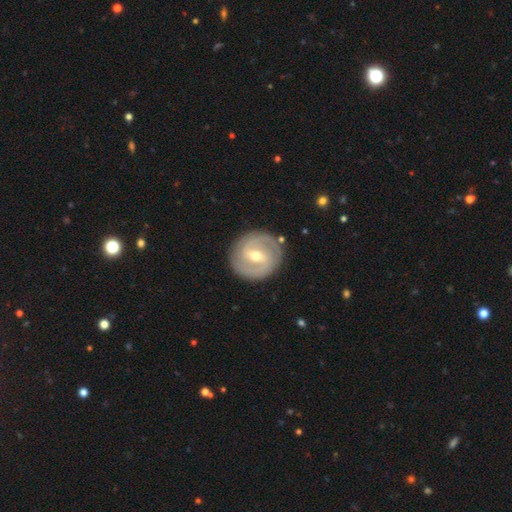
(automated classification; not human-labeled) smooth-or-featured: featured or disk: 80% | smooth: 16% | star or artifact: 5%
  disk-edge-on: no: 97% | yes: 3%
    bar: weak: 52% | strong: 31% | no: 17%
    has-spiral-arms: yes: 90% | no: 10%
      spiral-winding: tight: 53% | medium: 38% | loose: 10%
      spiral-arm-count: 2: 79% | can't tell: 10% | 3: 6% | 1: 2% | 4: 2% | more than 4: 2%
    bulge-size: moderate: 60% | small: 36% | large: 2% | none: 1% | dominant: 1%
  merging: none: 86% | minor disturbance: 9% | major disturbance: 3% | merger: 2%